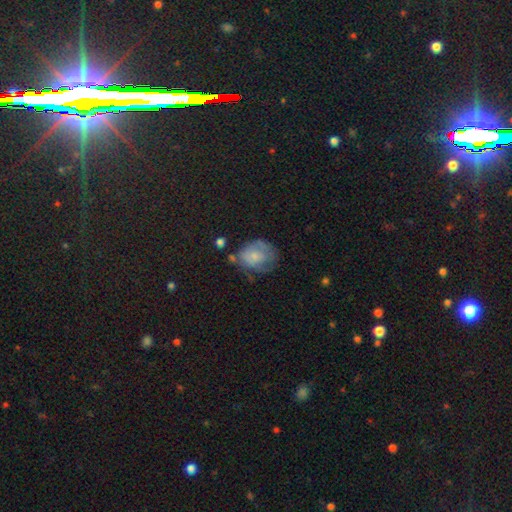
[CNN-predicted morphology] A smooth galaxy with no disk features (58%) that is round (50%). Merging: none (43%).